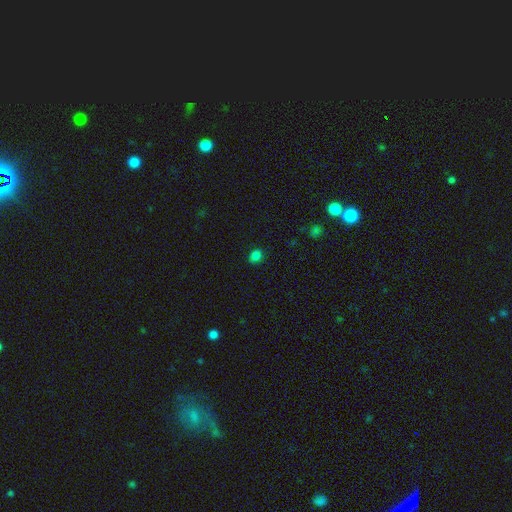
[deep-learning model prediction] Smooth or featured: smooth — 81% (star or artifact — 16%)
How rounded: round — 52% (in between — 47%)
Merging: none — 88% (minor disturbance — 9%)